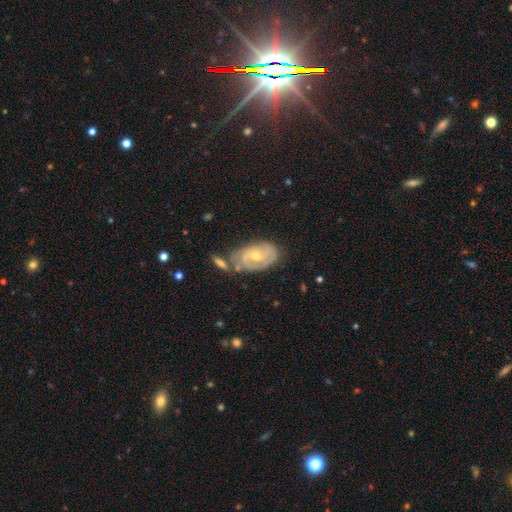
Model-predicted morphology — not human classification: This is likely a featured or disk galaxy (77%). It is clearly not viewed edge-on (95%). Bar: possibly no (57%). Spiral arm pattern: clearly yes (90%). Spiral arm count: possibly 2 (58%). Spiral winding: likely tight (61%). Central bulge: possibly moderate (48%, tied with small). Merging: possibly none (55%).